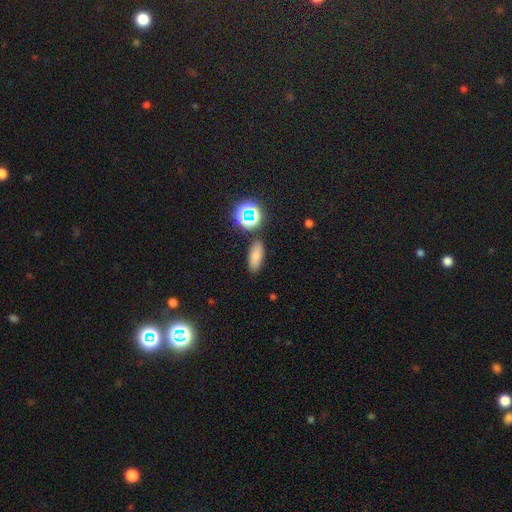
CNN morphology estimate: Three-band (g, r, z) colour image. It shows a smooth galaxy with no disk features (74%) that is in between round and cigar-shaped (75%). Merging: none (84%).